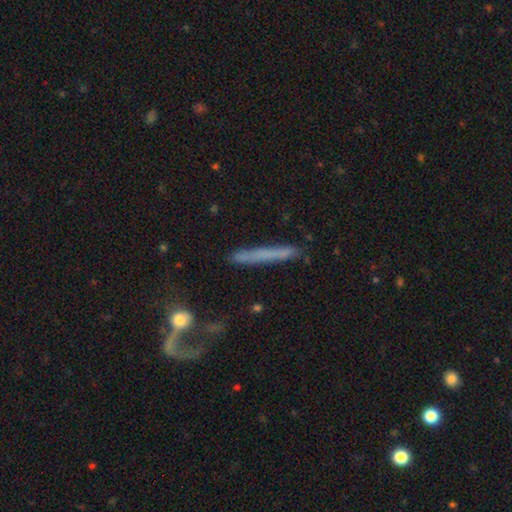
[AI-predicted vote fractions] This appears to be a smooth galaxy with no disk features (56%) that is cigar-shaped (95%). Merging: none (78%).